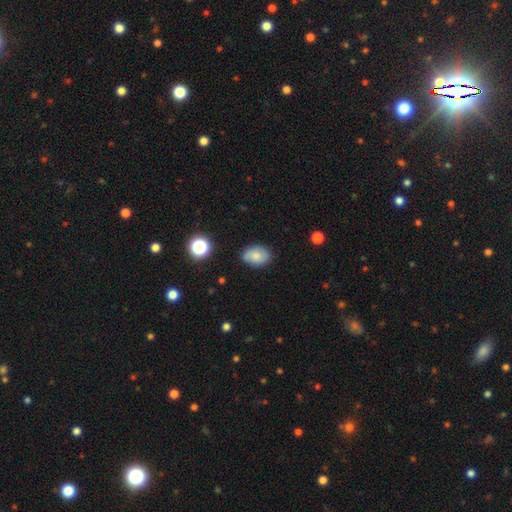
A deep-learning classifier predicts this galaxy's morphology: The model was most divided on "smooth or featured": smooth: 69%, featured or disk: 21%, star or artifact: 10%. More confident: merging — none (76%); how rounded — in between (74%).